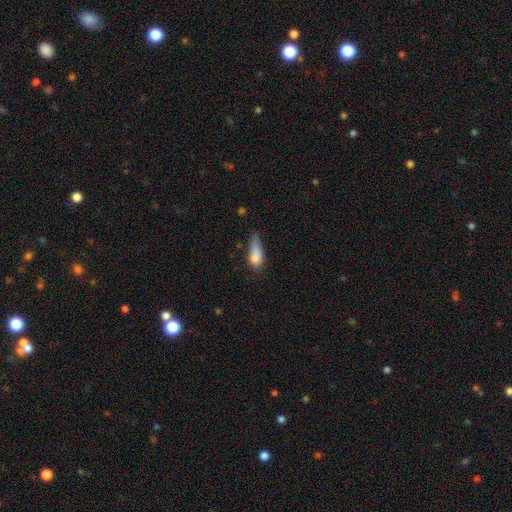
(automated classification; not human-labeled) Smooth or featured: smooth — 81% (featured or disk — 10%)
How rounded: in between — 68% (cigar-shaped — 28%)
Merging: minor disturbance — 43% (none — 32%)